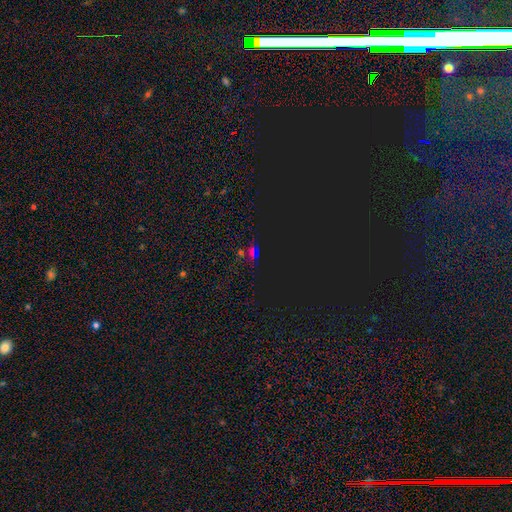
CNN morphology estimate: This is likely a star or artifact rather than a galaxy (72%).